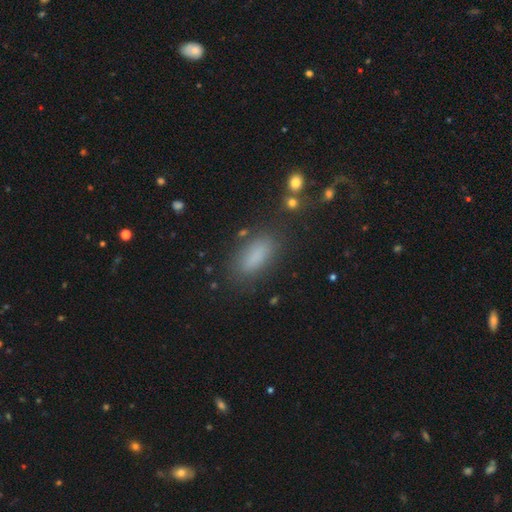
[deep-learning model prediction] This appears to be a smooth galaxy with no disk features (82%) that is in between round and cigar-shaped (79%). Merging: none (82%).